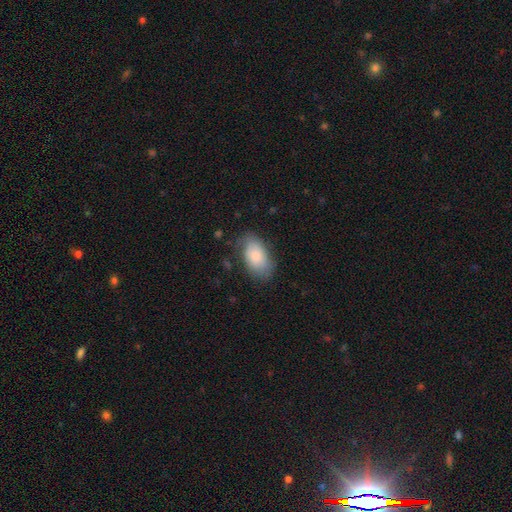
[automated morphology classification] smooth 75%, featured or disk 18%, star or artifact 7%. Down the decision tree: how rounded — in between (93%); merging — none (71%).